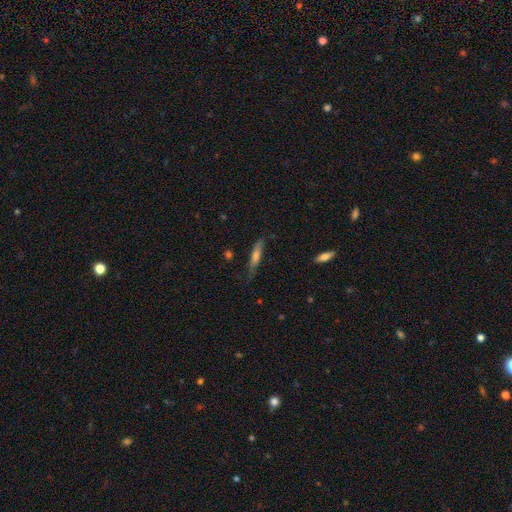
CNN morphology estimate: Smooth or featured? Predicted: smooth (p=0.53). How rounded? Predicted: cigar-shaped (p=0.88). Merging? Predicted: none (p=0.71).